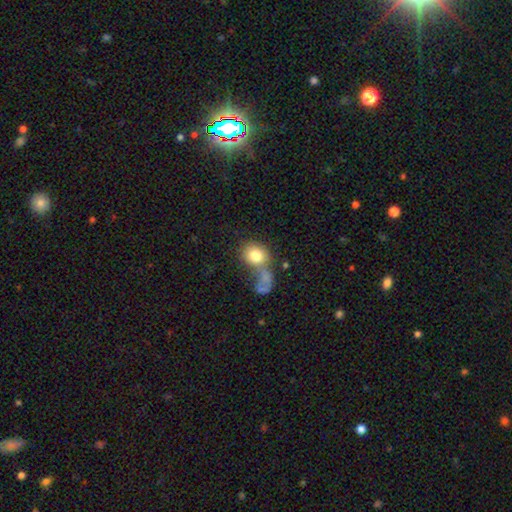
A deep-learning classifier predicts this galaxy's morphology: smooth 79%, featured or disk 13%, star or artifact 9%. Down the decision tree: how rounded — round (64%); merging — merger (38%).